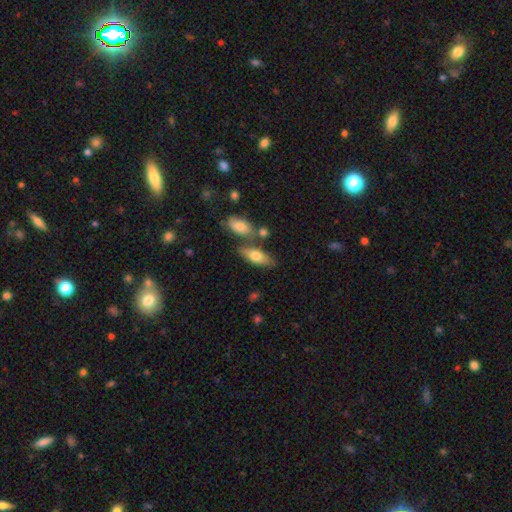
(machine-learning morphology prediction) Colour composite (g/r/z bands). It shows a smooth galaxy with no disk features (68%) that is in between round and cigar-shaped (72%). Merging: none (64%).